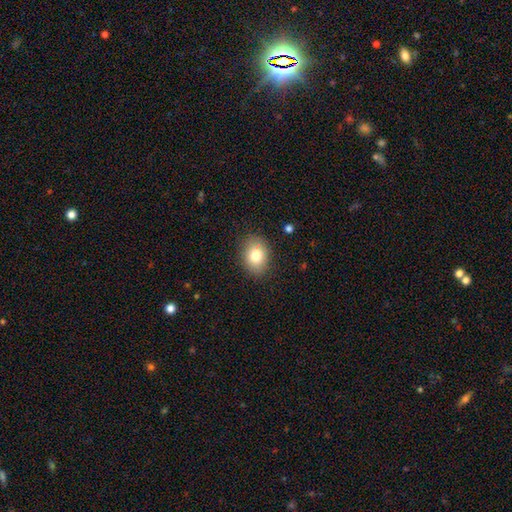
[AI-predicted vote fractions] smooth_or_featured: smooth (p=0.80) [alt: featured or disk p=0.11]
how_rounded: in between (p=0.64) [alt: round p=0.35]
merging: none (p=0.85) [alt: minor disturbance p=0.11]